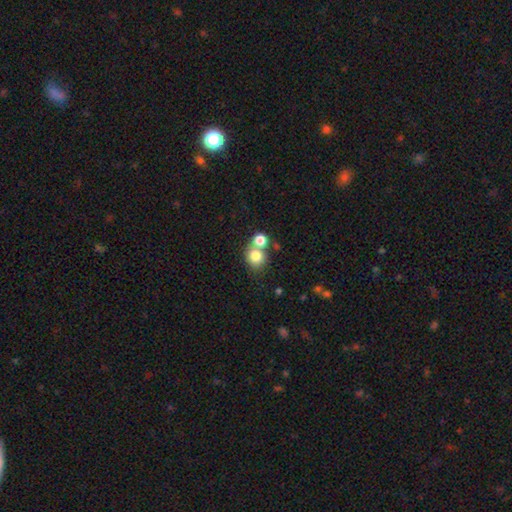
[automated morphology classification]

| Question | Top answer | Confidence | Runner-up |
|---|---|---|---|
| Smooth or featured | smooth | 79% | star or artifact (11%) |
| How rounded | round | 80% | in between (20%) |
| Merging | merger | 46% | none (43%) |